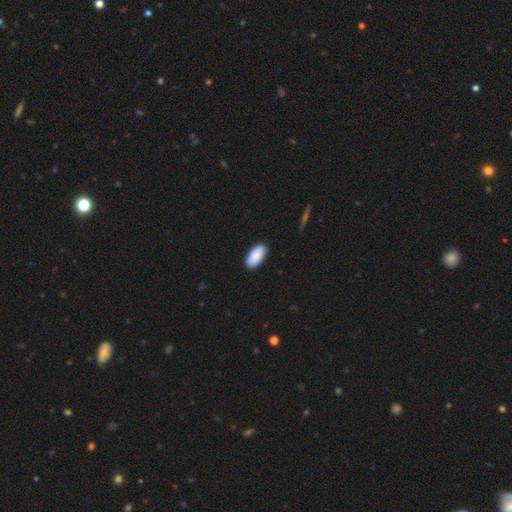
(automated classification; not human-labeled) Smooth or featured?
  - smooth: 89% *
  - star or artifact: 6%
  - featured or disk: 5%
How rounded?
  - in between: 95% *
  - cigar-shaped: 3%
  - round: 2%
Merging?
  - none: 89% *
  - minor disturbance: 9%
  - major disturbance: 2%
  - merger: 1%